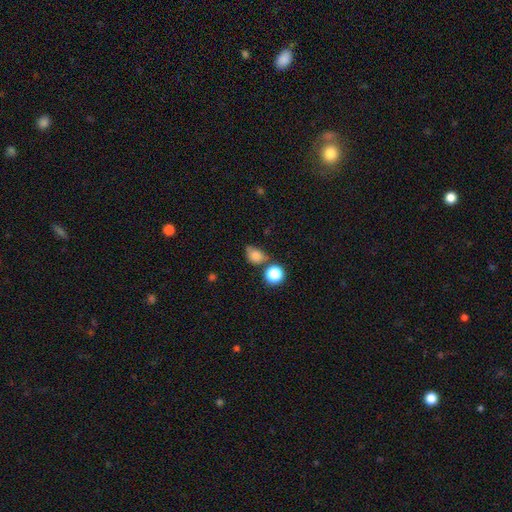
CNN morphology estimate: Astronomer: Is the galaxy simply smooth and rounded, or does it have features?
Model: smooth — 78%.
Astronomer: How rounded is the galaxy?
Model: round — 53% (runner-up: in between, 46%).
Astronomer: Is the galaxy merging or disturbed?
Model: none — 53%.